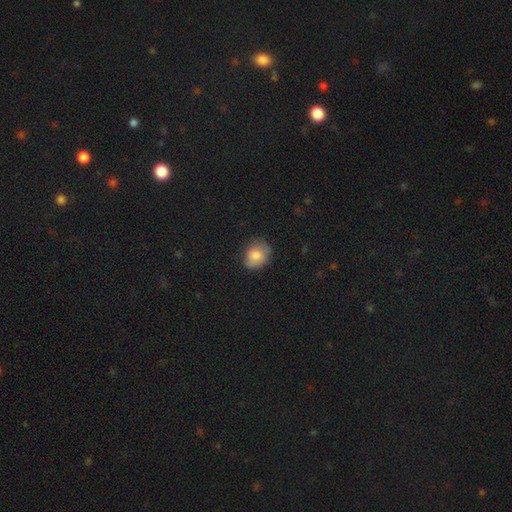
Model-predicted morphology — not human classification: The model was most divided on "how rounded": round: 56%, in between: 43%, cigar-shaped: 1%. More confident: smooth or featured — smooth (79%); merging — none (63%).